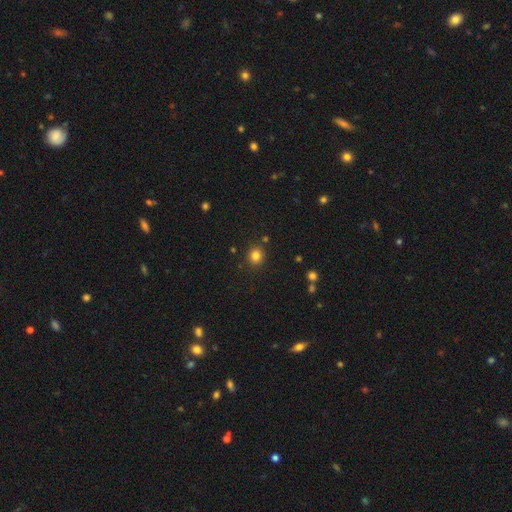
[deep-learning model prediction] Smooth or featured?
  - smooth: 82% *
  - star or artifact: 13%
  - featured or disk: 5%
How rounded?
  - round: 87% *
  - in between: 12%
  - cigar-shaped: 1%
Merging?
  - none: 88% *
  - minor disturbance: 7%
  - merger: 3%
  - major disturbance: 2%